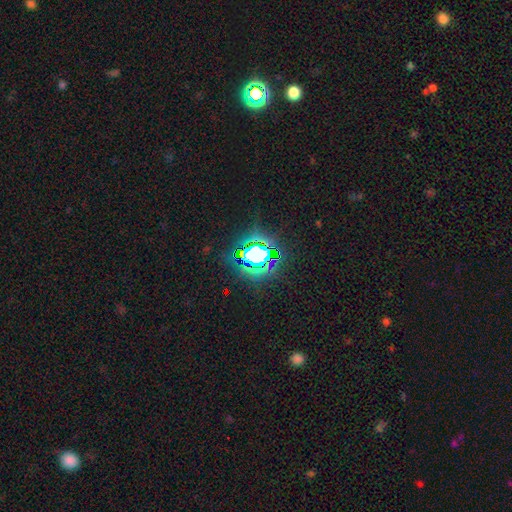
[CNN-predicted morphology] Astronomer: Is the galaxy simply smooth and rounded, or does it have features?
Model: star or artifact — 72%.